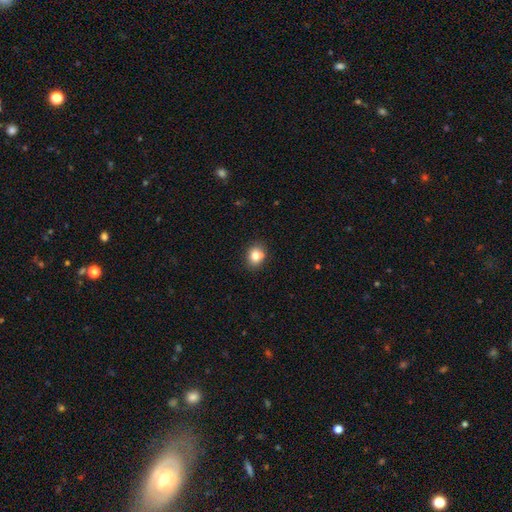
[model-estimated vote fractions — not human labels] smooth 78%, featured or disk 12%, star or artifact 10%. Down the decision tree: how rounded — round (54%); merging — none (65%).